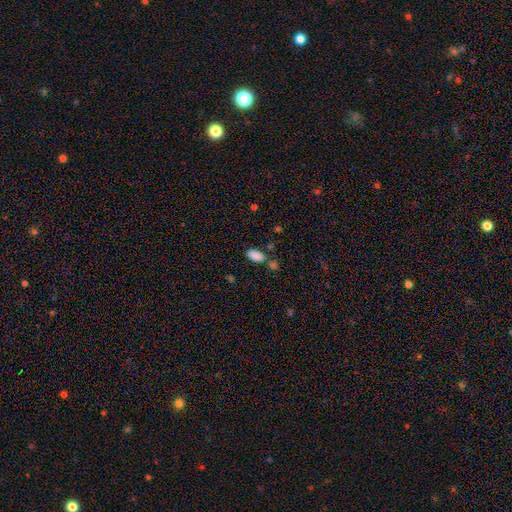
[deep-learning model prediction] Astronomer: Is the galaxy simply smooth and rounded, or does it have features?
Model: smooth — 87%.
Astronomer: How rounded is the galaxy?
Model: in between — 90%.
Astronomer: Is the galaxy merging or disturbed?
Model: none — 66%.